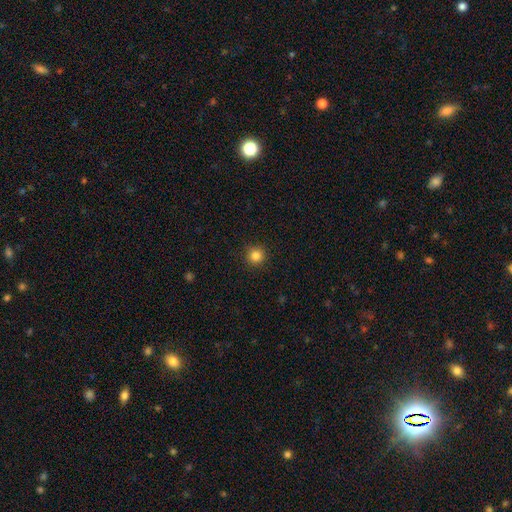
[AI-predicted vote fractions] Morphology: type=smooth (84%); roundness=round (95%); merging=none (92%).